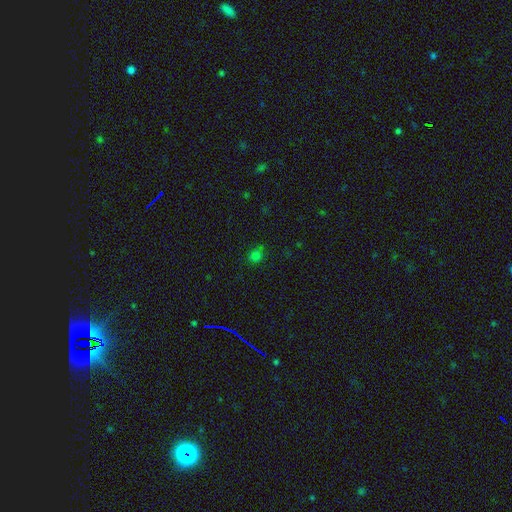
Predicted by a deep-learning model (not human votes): Smooth or featured?
  - smooth: 73% *
  - star or artifact: 22%
  - featured or disk: 4%
How rounded?
  - round: 77% *
  - in between: 22%
  - cigar-shaped: 1%
Merging?
  - none: 77% *
  - minor disturbance: 17%
  - major disturbance: 4%
  - merger: 2%